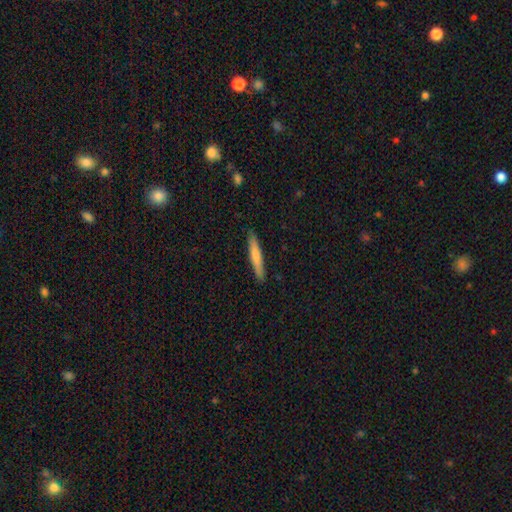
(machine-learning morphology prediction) Q: Smooth or featured?
A: smooth (69%); runner-up: featured or disk (26%)
Q: How rounded?
A: cigar-shaped (94%); runner-up: in between (5%)
Q: Merging?
A: none (90%); runner-up: minor disturbance (7%)